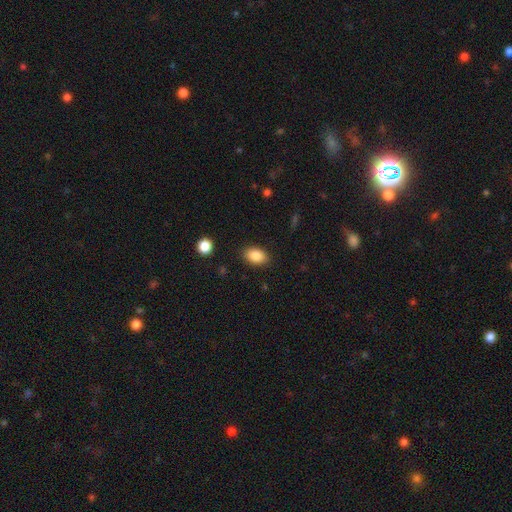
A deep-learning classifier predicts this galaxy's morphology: smooth 87%, star or artifact 8%, featured or disk 5%. Down the decision tree: how rounded — in between (85%); merging — none (87%).